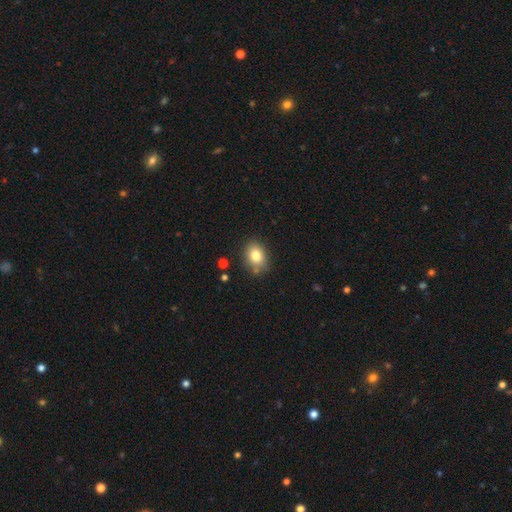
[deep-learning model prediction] This is clearly a smooth galaxy (81%). How rounded: likely in between (67%). Merging: clearly none (81%).